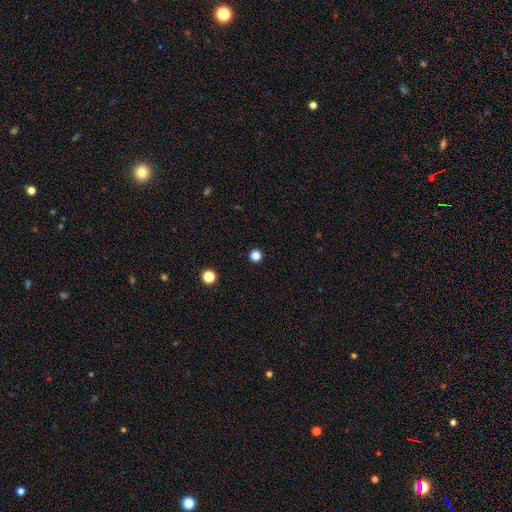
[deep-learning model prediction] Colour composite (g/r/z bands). It shows a smooth galaxy with no disk features (83%) that is round (96%). Merging: none (93%).